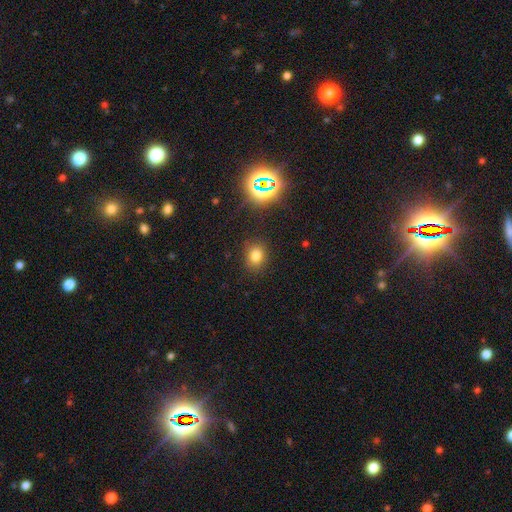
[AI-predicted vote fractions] This is likely a smooth galaxy (74%). How rounded: possibly round (59%). Merging: clearly none (86%).